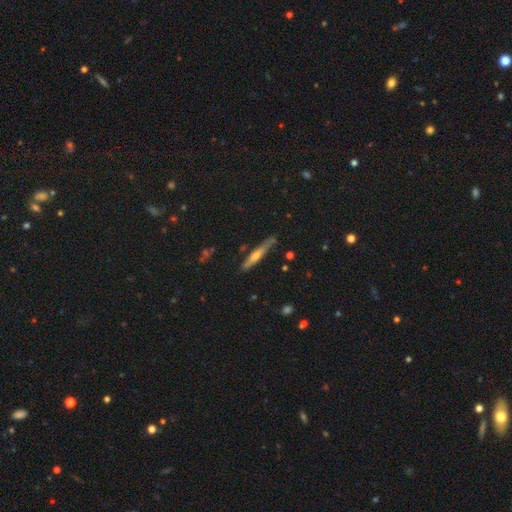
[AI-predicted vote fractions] The model was most divided on "smooth or featured": featured or disk: 51%, smooth: 42%, star or artifact: 7%. More confident: edge-on disk — yes (93%); merging — none (79%).